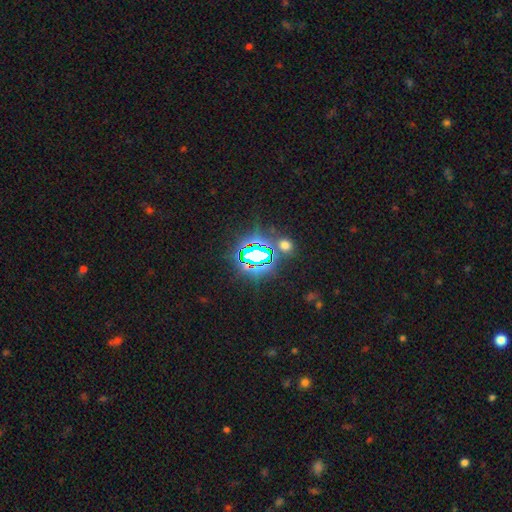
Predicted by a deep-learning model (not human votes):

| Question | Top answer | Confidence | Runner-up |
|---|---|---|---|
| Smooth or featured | star or artifact | 76% | smooth (15%) |